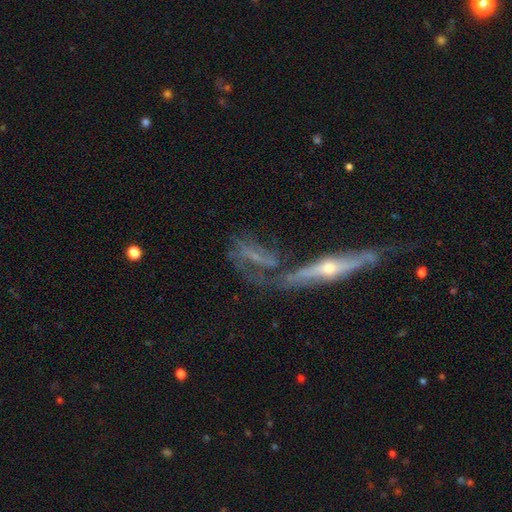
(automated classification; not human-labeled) Overall: featured or disk (71%). Edge-on disk: no (53%; yes 47%). Merging: none (41%; merger 30%).